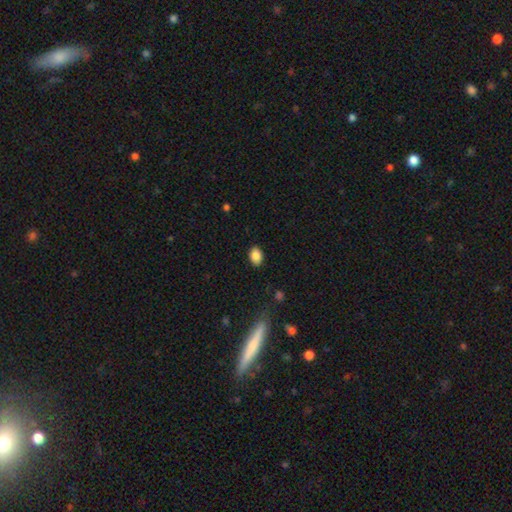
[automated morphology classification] This is clearly a smooth galaxy (87%). How rounded: clearly in between (81%). Merging: clearly none (86%).